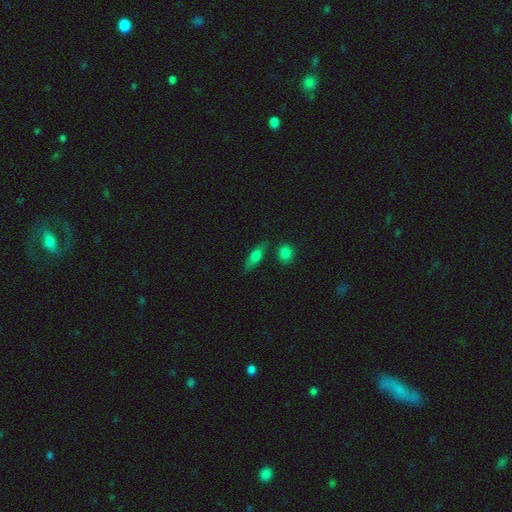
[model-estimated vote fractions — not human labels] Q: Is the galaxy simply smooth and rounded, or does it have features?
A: smooth — 67%.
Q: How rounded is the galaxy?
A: in between — 57%.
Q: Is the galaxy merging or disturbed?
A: none — 76%.